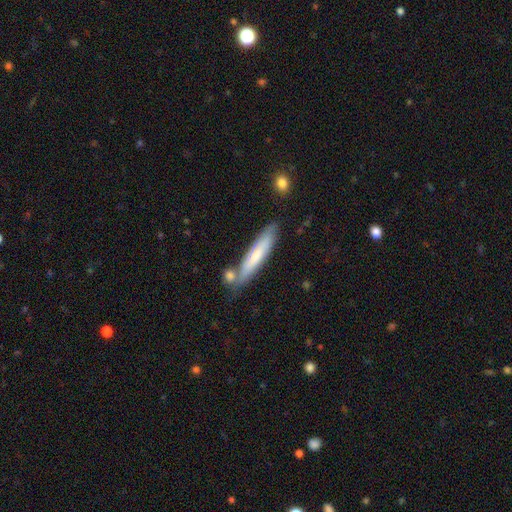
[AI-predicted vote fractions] smooth_or_featured: smooth (p=0.62) [alt: featured or disk p=0.32]
how_rounded: cigar-shaped (p=0.91) [alt: in between p=0.08]
merging: none (p=0.73) [alt: minor disturbance p=0.14]